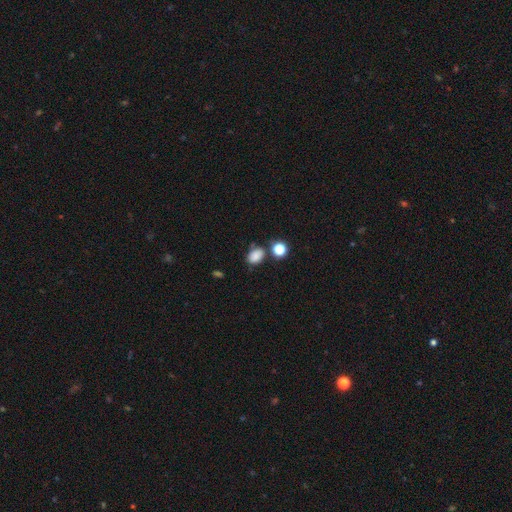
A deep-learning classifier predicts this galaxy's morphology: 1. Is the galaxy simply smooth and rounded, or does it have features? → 83% smooth, 12% star or artifact, 5% featured or disk.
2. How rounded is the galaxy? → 76% in between, 22% round, 1% cigar-shaped.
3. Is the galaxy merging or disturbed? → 68% none, 17% minor disturbance, 10% merger, 5% major disturbance.